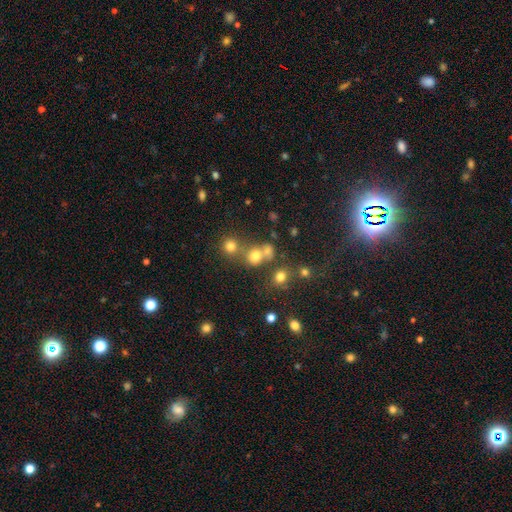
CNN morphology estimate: Smooth or featured? Predicted: smooth (p=0.69). How rounded? Predicted: round (p=0.79). Merging? Predicted: none (p=0.52).